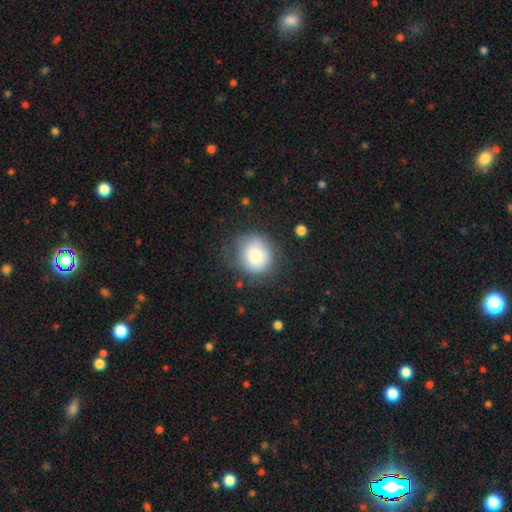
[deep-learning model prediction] Morphology: type=smooth (77%); roundness=round (80%); merging=none (64%).